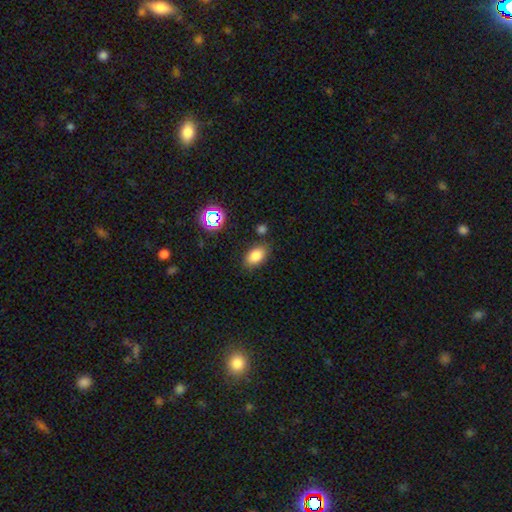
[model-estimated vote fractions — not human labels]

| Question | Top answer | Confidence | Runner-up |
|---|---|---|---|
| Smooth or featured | smooth | 81% | star or artifact (12%) |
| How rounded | in between | 89% | round (8%) |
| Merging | none | 80% | minor disturbance (13%) |